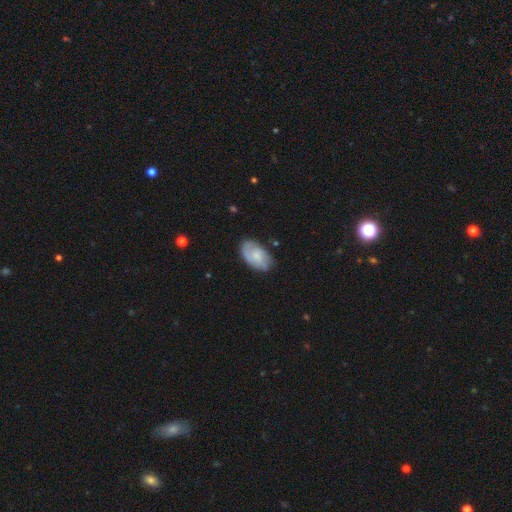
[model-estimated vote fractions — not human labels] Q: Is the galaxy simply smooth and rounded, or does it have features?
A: featured or disk — 47%, tied with smooth.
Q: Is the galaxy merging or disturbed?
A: none — 72%.